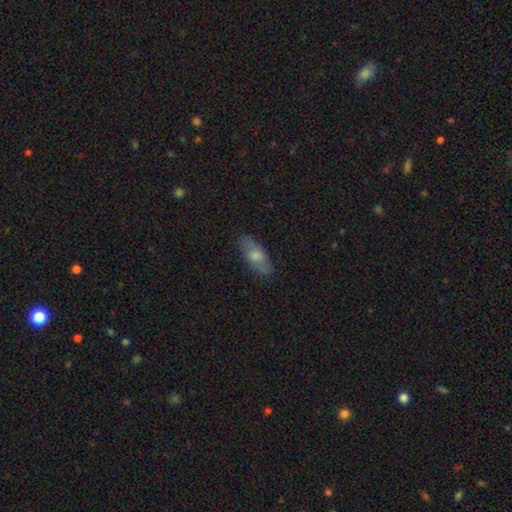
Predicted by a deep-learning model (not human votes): Morphology: type=smooth (71%); roundness=in between (80%); merging=none (81%).